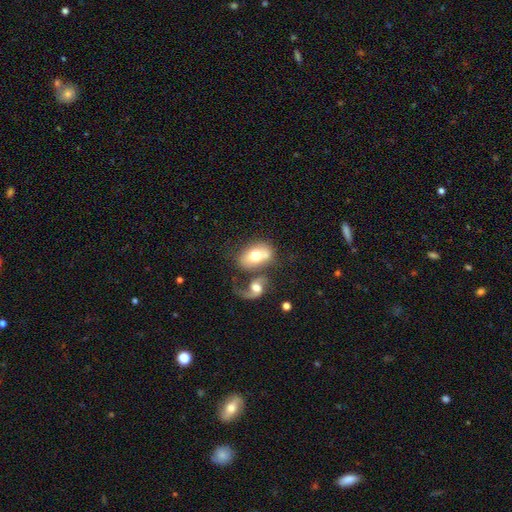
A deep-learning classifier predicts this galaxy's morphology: smooth 59%, featured or disk 34%, star or artifact 7%. Down the decision tree: how rounded — in between (78%); merging — merger (49%).